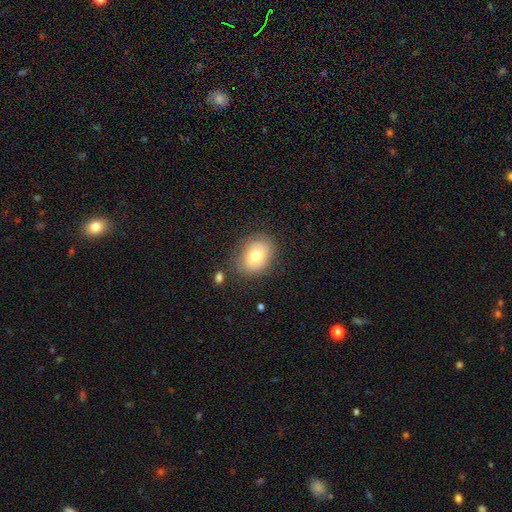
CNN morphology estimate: smooth 67%, featured or disk 25%, star or artifact 9%. Down the decision tree: how rounded — in between (56%); merging — none (77%).